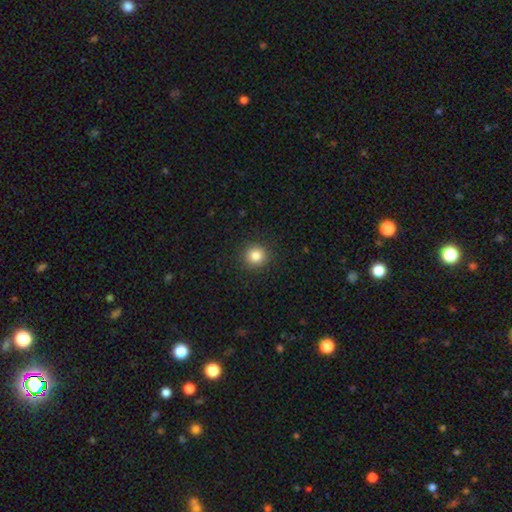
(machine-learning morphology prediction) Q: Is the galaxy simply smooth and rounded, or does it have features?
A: smooth — 84%.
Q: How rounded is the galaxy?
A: round — 93%.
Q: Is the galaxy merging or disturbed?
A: none — 91%.